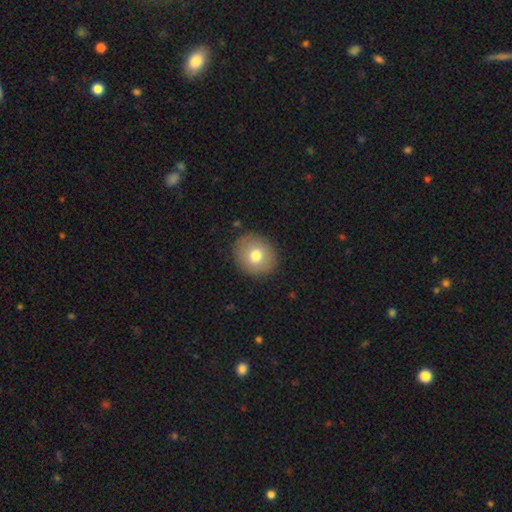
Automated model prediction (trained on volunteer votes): A smooth galaxy with no disk features (74%) that is round (76%). Merging: none (88%).